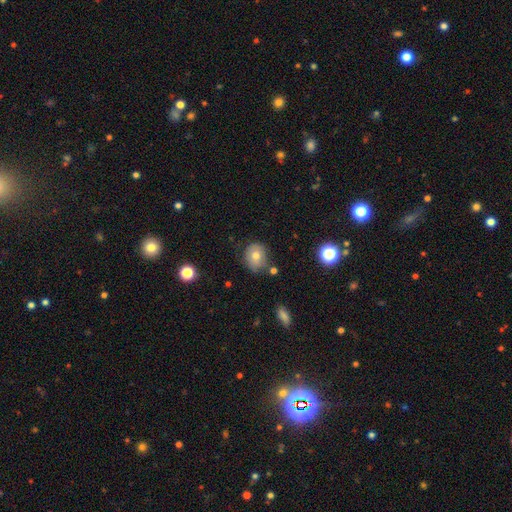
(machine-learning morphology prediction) Smooth or featured?
  - smooth: 68% *
  - featured or disk: 20%
  - star or artifact: 12%
How rounded?
  - round: 70% *
  - in between: 30%
  - cigar-shaped: 1%
Merging?
  - none: 69% *
  - minor disturbance: 21%
  - merger: 5%
  - major disturbance: 5%